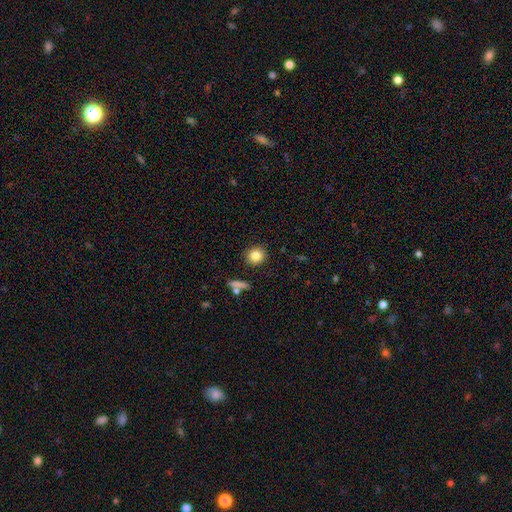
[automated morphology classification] Q: Smooth or featured?
A: smooth (83%); runner-up: star or artifact (10%)
Q: How rounded?
A: round (86%); runner-up: in between (12%)
Q: Merging?
A: none (89%); runner-up: minor disturbance (7%)